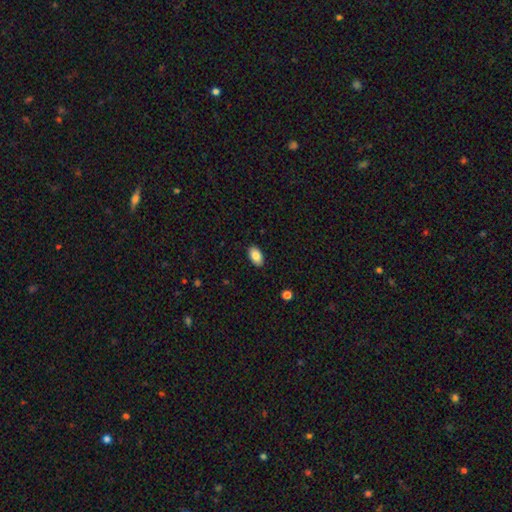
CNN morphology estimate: Smooth or featured?
  - smooth: 86% *
  - featured or disk: 7%
  - star or artifact: 7%
How rounded?
  - in between: 94% *
  - round: 4%
  - cigar-shaped: 2%
Merging?
  - none: 88% *
  - minor disturbance: 9%
  - major disturbance: 2%
  - merger: 1%